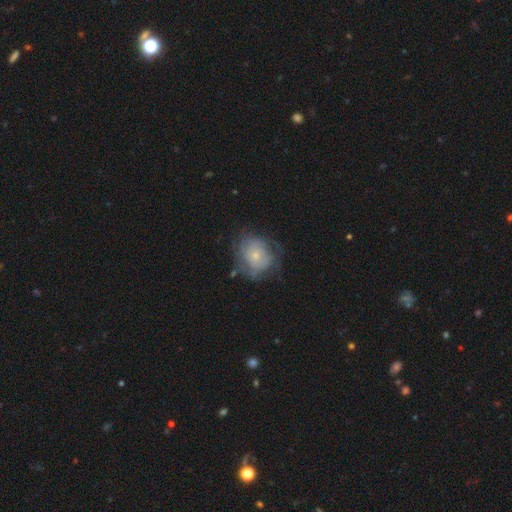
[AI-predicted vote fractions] Smooth or featured: featured or disk — 50% (smooth — 42%)
Edge-on disk: no — 97% (yes — 3%)
Merging: none — 56% (minor disturbance — 25%)